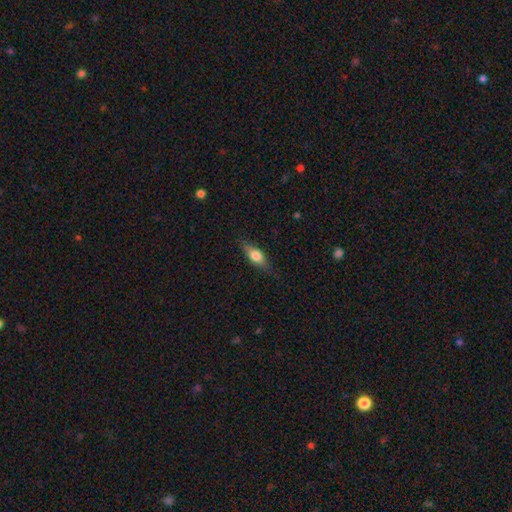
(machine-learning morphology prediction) This appears to be a smooth galaxy with no disk features (66%) that is in between round and cigar-shaped (68%). Merging: none (79%).